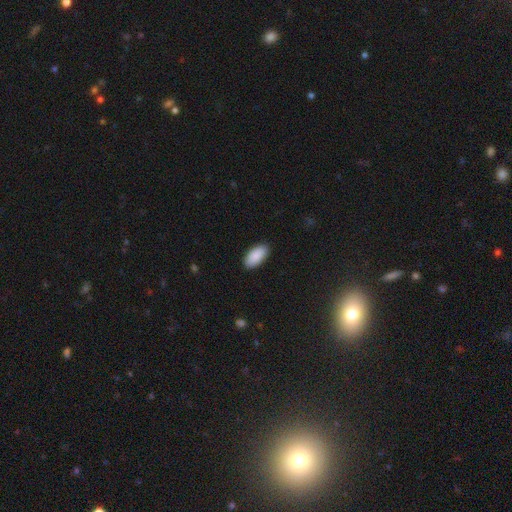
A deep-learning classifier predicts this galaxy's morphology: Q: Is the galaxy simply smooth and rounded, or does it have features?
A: smooth — 91%.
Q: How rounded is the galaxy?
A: in between — 94%.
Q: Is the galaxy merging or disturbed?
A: none — 89%.